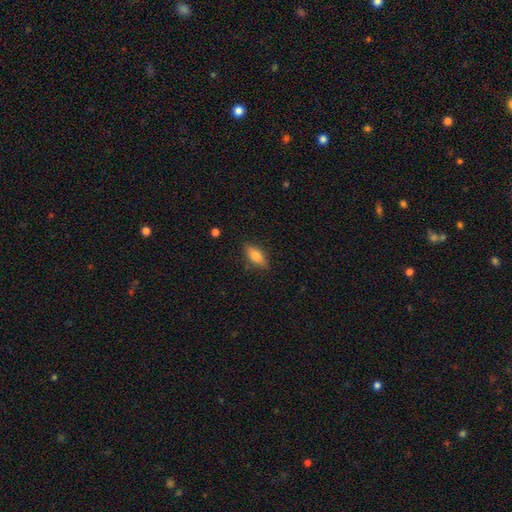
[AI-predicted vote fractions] Q: Smooth or featured?
A: smooth (81%); runner-up: featured or disk (12%)
Q: How rounded?
A: in between (84%); runner-up: cigar-shaped (13%)
Q: Merging?
A: none (81%); runner-up: minor disturbance (14%)